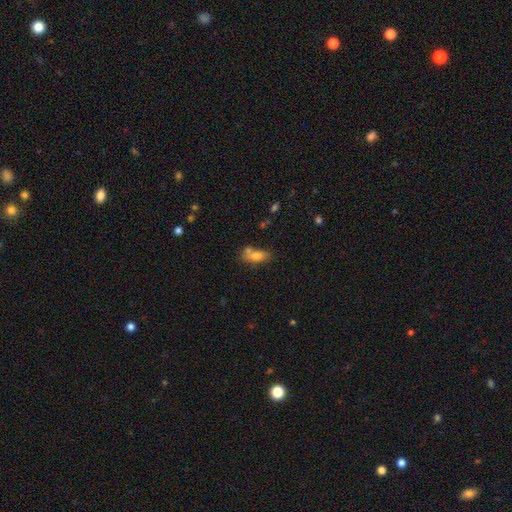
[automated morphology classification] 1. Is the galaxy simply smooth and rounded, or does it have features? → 73% smooth, 17% featured or disk, 10% star or artifact.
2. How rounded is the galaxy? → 77% in between, 17% cigar-shaped, 6% round.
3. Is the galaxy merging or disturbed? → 45% none, 30% merger, 18% minor disturbance, 7% major disturbance.